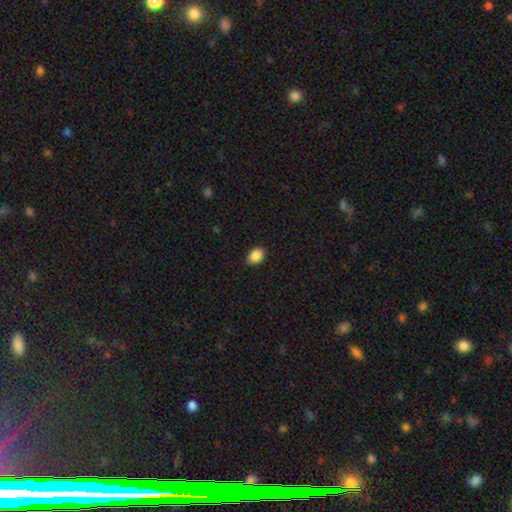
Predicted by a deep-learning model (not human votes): smooth_or_featured: smooth (p=0.88) [alt: star or artifact p=0.08]
how_rounded: in between (p=0.74) [alt: round p=0.25]
merging: none (p=0.89) [alt: minor disturbance p=0.09]